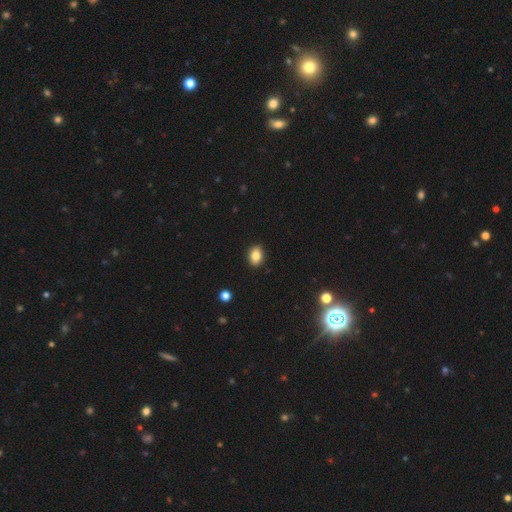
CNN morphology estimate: type=smooth (84%); roundness=in between (71%); merging=none (88%).